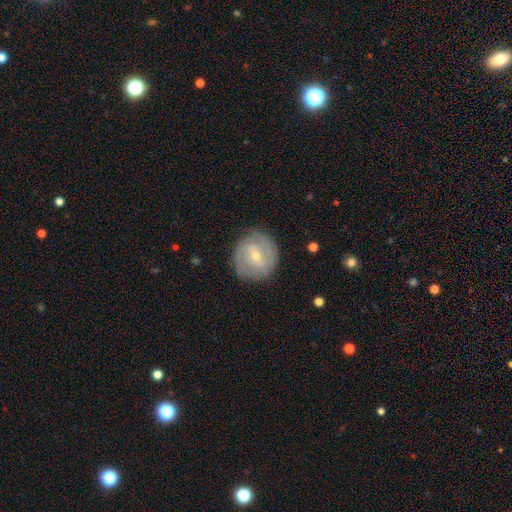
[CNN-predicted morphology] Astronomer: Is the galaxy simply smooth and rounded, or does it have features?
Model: featured or disk — 69%.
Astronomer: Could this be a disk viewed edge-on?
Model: no — 97%.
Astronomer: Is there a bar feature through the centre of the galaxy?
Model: weak — 56%.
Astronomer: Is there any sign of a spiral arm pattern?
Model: yes — 84%.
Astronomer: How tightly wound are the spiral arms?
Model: tight — 56% (runner-up: medium, 33%).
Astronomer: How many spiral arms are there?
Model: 2 — 49% (runner-up: can't tell, 31%).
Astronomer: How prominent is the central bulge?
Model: small — 58% (runner-up: moderate, 39%).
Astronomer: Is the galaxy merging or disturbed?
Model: none — 82%.